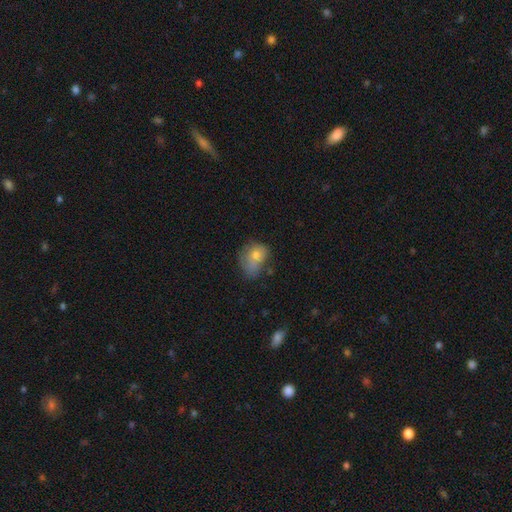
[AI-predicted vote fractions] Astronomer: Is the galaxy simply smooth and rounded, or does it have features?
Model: smooth — 71%.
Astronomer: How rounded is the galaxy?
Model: in between — 59% (runner-up: round, 40%).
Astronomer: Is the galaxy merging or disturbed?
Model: minor disturbance — 34% (runner-up: none, 31%).